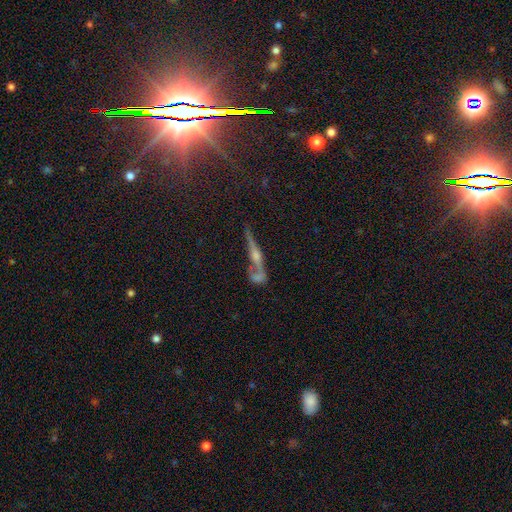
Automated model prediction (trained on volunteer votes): Morphology: type=featured or disk (65%); edge-on=yes (84%); edge-on bulge=rounded (81%); merging=none (45%).